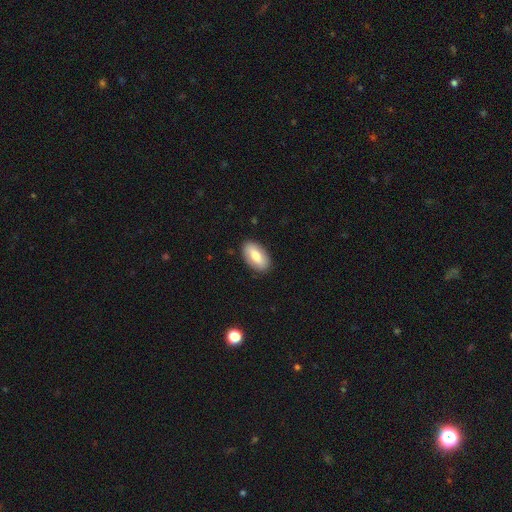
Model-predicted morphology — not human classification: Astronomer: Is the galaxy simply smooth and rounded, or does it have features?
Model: smooth — 74%.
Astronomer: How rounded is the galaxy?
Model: in between — 94%.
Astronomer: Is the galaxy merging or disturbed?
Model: none — 87%.